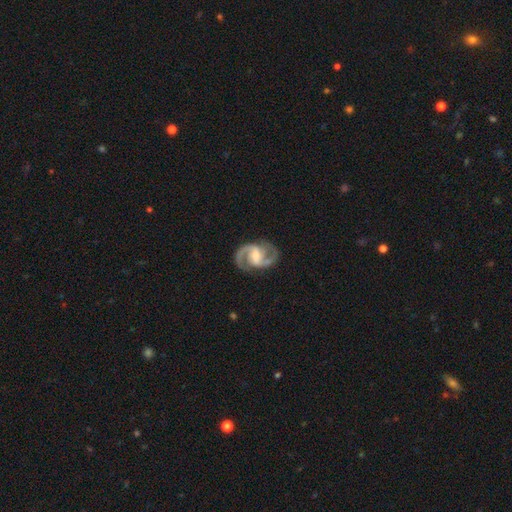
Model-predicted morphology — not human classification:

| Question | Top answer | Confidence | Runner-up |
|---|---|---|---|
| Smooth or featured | featured or disk | 92% | star or artifact (4%) |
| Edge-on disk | no | 98% | yes (2%) |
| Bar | weak | 50% | strong (31%) |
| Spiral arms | yes | 98% | no (2%) |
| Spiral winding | medium | 63% | tight (20%) |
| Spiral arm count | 2 | 93% | can't tell (2%) |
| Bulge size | moderate | 47% | small (40%) |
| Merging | none | 81% | minor disturbance (13%) |